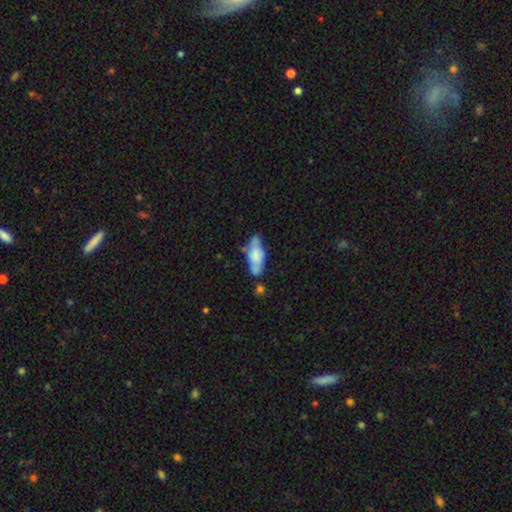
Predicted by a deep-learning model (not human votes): A smooth galaxy with no disk features (61%) that is in between round and cigar-shaped (72%).

Vote fractions:
- Smooth or featured? smooth: 61% / featured or disk: 32% / star or artifact: 7%
- How rounded? in between: 72% / cigar-shaped: 26% / round: 2%
- Merging? none: 56% / minor disturbance: 26% / merger: 10% / major disturbance: 8%